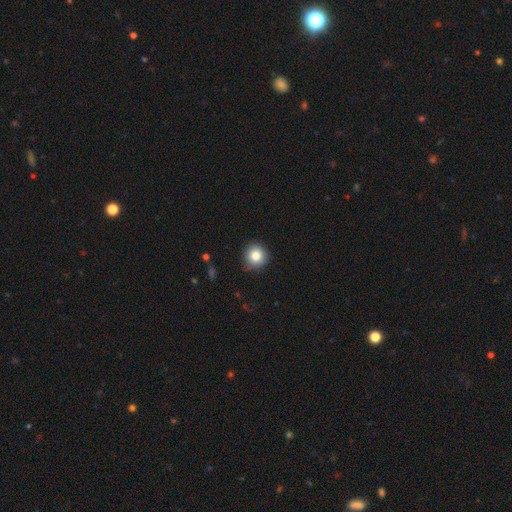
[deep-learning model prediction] Smooth or featured: smooth — 83% (star or artifact — 10%)
How rounded: round — 93% (in between — 6%)
Merging: none — 85% (minor disturbance — 12%)